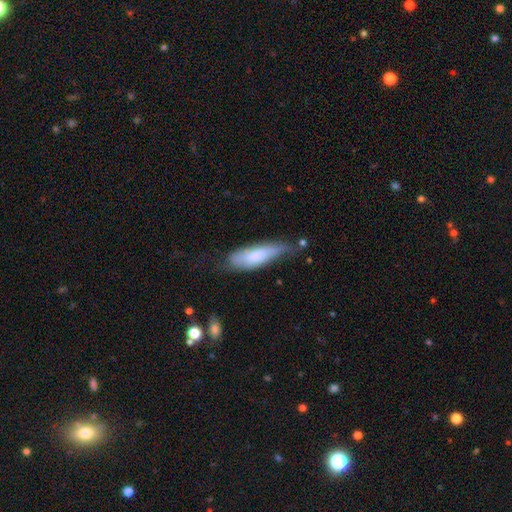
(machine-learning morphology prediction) Q: Smooth or featured?
A: smooth (67%); runner-up: featured or disk (27%)
Q: How rounded?
A: cigar-shaped (50%); runner-up: in between (49%)
Q: Merging?
A: none (44%); runner-up: minor disturbance (38%)